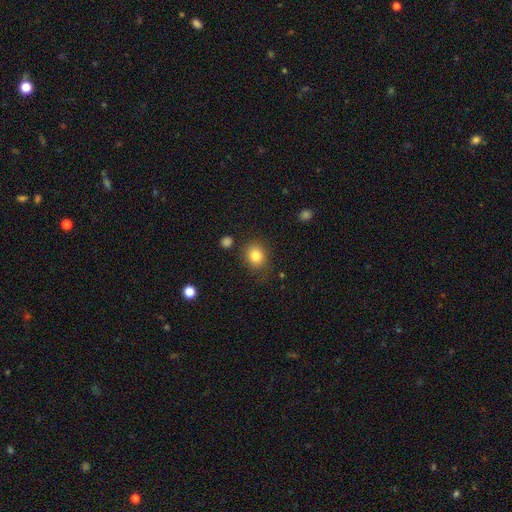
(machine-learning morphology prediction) A smooth galaxy with no disk features (83%) that is round (70%).

Vote fractions:
- Smooth or featured? smooth: 83% / star or artifact: 11% / featured or disk: 7%
- How rounded? round: 70% / in between: 29% / cigar-shaped: 1%
- Merging? none: 83% / minor disturbance: 11% / major disturbance: 3% / merger: 2%